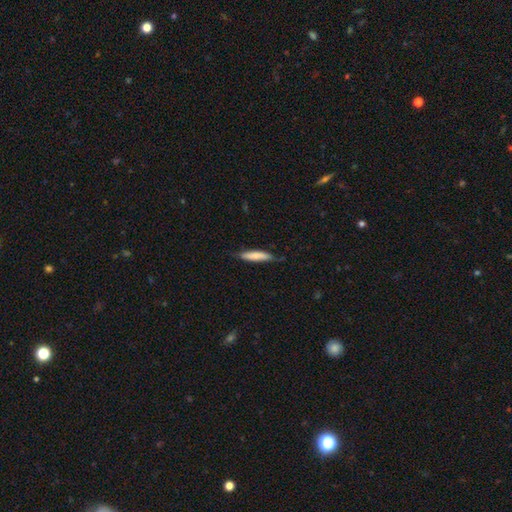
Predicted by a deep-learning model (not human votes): Overall: smooth (71%). How rounded: cigar-shaped (82%). Merging: none (73%).